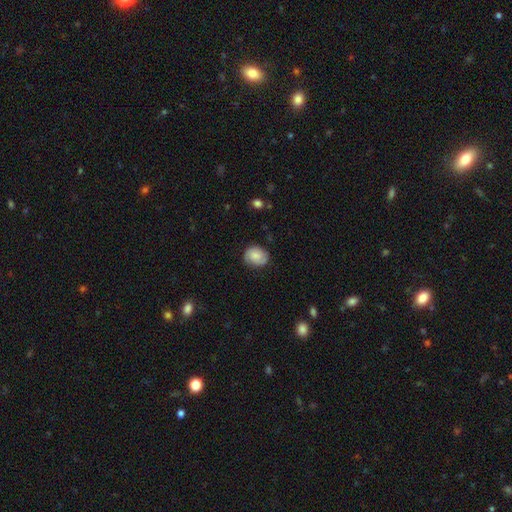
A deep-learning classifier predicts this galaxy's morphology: smooth 53%, featured or disk 39%, star or artifact 8%. Down the decision tree: how rounded — round (62%); merging — none (75%).